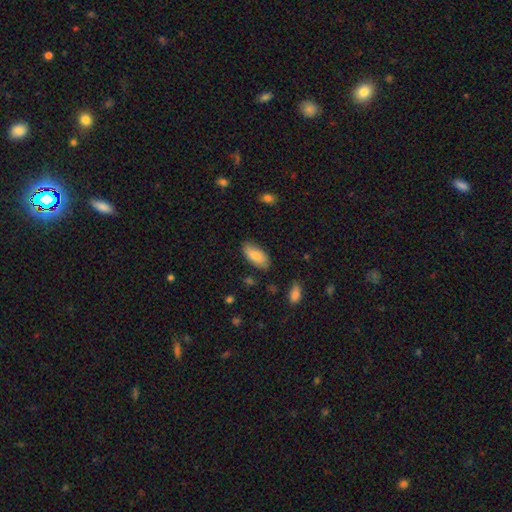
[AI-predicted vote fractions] Smooth or featured?
  - smooth: 84% *
  - featured or disk: 10%
  - star or artifact: 6%
How rounded?
  - in between: 91% *
  - cigar-shaped: 7%
  - round: 2%
Merging?
  - none: 78% *
  - minor disturbance: 17%
  - major disturbance: 3%
  - merger: 2%